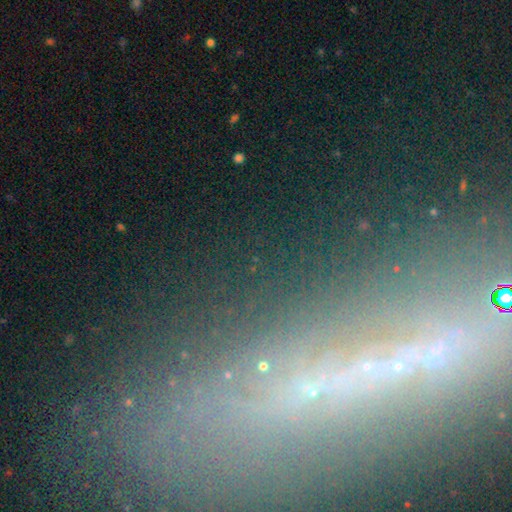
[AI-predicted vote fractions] smooth_or_featured: star or artifact (p=0.51) [alt: featured or disk p=0.27]